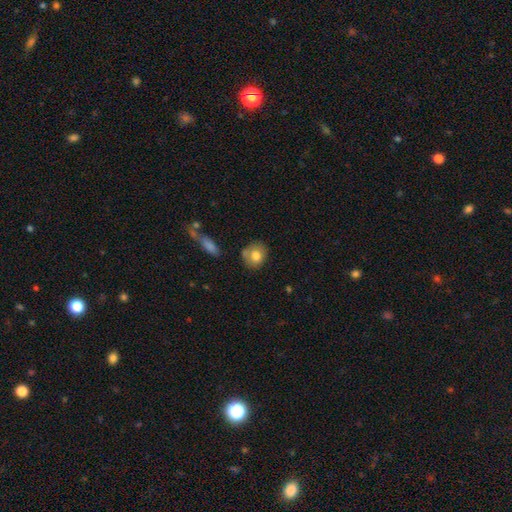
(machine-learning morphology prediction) Smooth or featured?
  - smooth: 78% *
  - featured or disk: 14%
  - star or artifact: 9%
How rounded?
  - round: 74% *
  - in between: 25%
  - cigar-shaped: 1%
Merging?
  - none: 67% *
  - minor disturbance: 18%
  - merger: 11%
  - major disturbance: 4%